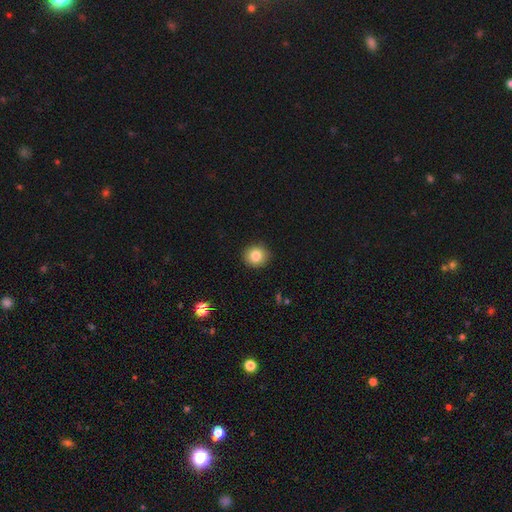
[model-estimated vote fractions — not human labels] Smooth or featured?
  - smooth: 84% *
  - star or artifact: 10%
  - featured or disk: 7%
How rounded?
  - round: 88% *
  - in between: 11%
  - cigar-shaped: 1%
Merging?
  - none: 91% *
  - minor disturbance: 6%
  - major disturbance: 2%
  - merger: 1%